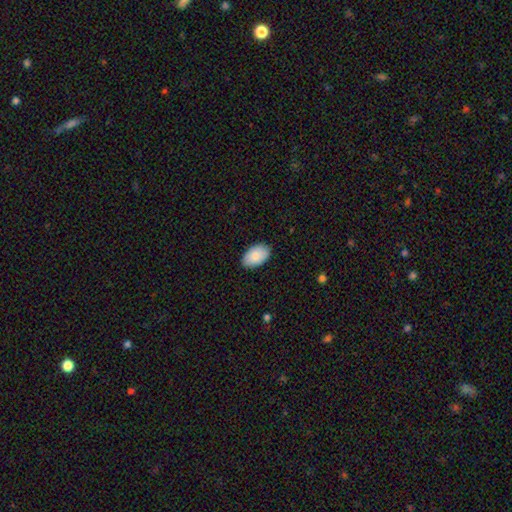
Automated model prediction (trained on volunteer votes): This appears to be a smooth galaxy with no disk features (86%) that is in between round and cigar-shaped (94%). Merging: none (87%).